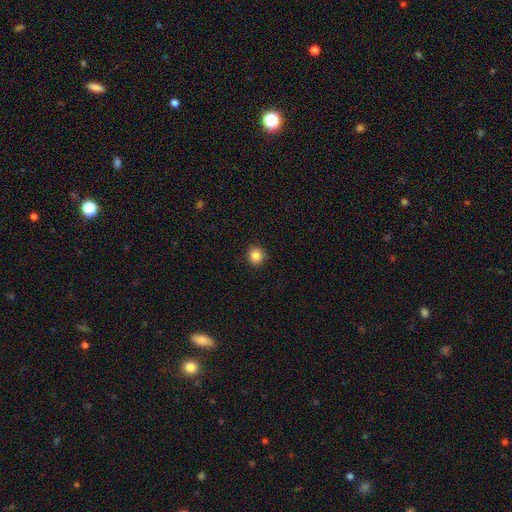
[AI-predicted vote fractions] A smooth galaxy with no disk features (85%) that is round (91%).

Vote fractions:
- Smooth or featured? smooth: 85% / star or artifact: 11% / featured or disk: 4%
- How rounded? round: 91% / in between: 8% / cigar-shaped: 1%
- Merging? none: 91% / minor disturbance: 7% / major disturbance: 2% / merger: 1%